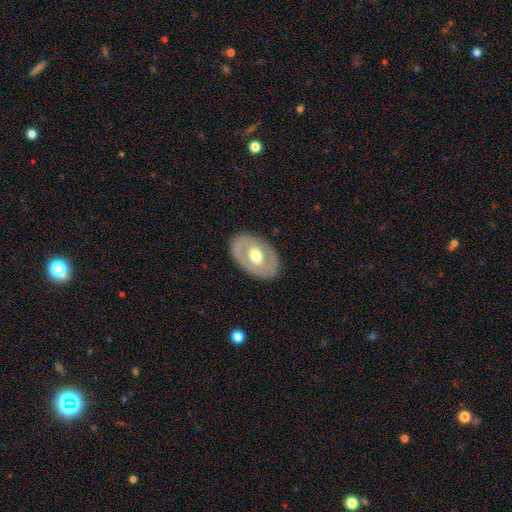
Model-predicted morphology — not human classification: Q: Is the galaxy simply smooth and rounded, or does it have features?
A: featured or disk — 52%.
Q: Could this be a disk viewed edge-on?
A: no — 89%.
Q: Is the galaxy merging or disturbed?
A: none — 83%.